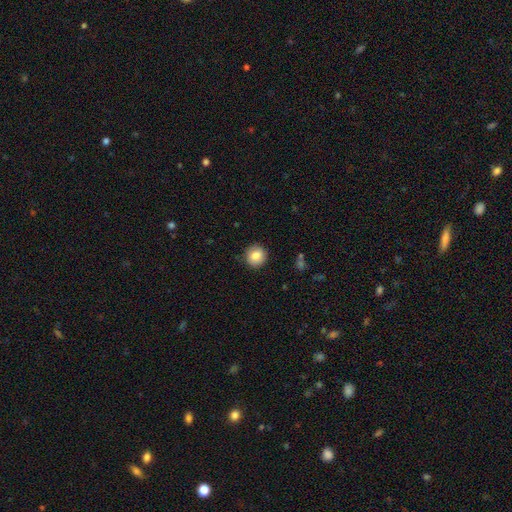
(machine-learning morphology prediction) Smooth or featured? Predicted: smooth (p=0.85). How rounded? Predicted: round (p=0.93). Merging? Predicted: none (p=0.89).